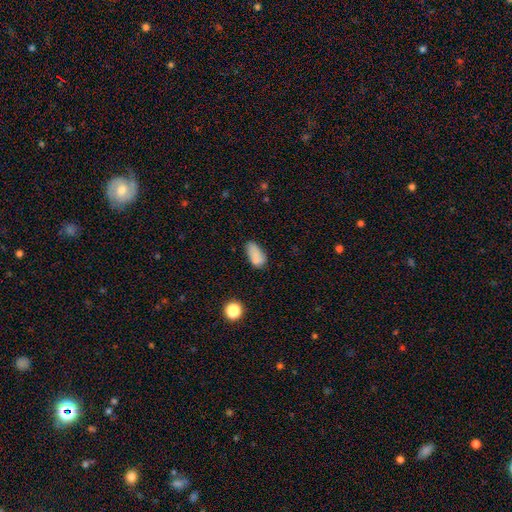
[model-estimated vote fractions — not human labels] Morphology: type=smooth (76%); roundness=in between (89%); merging=none (46%).